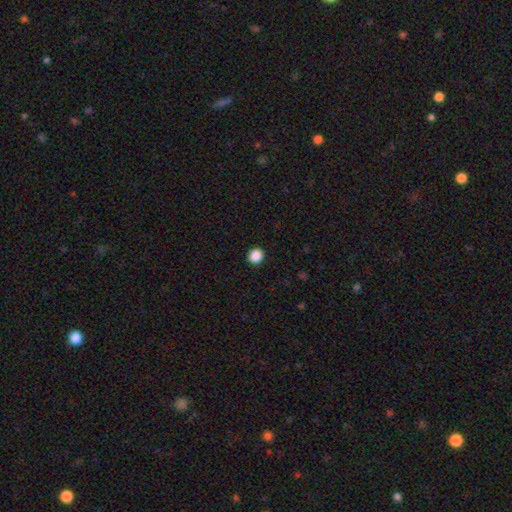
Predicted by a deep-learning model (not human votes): Smooth or featured: smooth — 88% (star or artifact — 9%)
How rounded: round — 86% (in between — 13%)
Merging: none — 93% (minor disturbance — 5%)